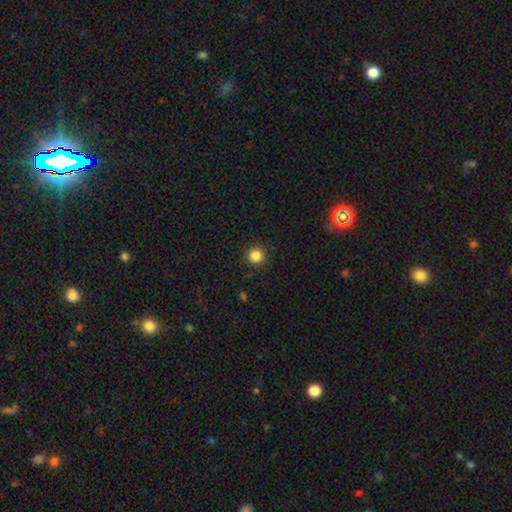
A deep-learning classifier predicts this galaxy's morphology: A smooth galaxy with no disk features (85%) that is round (96%).

Vote fractions:
- Smooth or featured? smooth: 85% / star or artifact: 11% / featured or disk: 4%
- How rounded? round: 96% / in between: 3% / cigar-shaped: 1%
- Merging? none: 92% / minor disturbance: 5% / major disturbance: 2% / merger: 1%